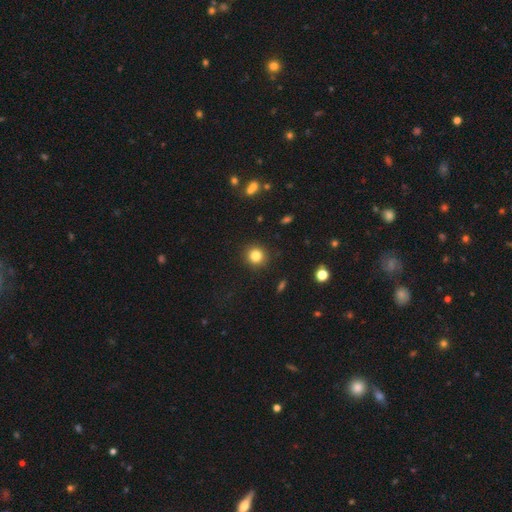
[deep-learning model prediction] Q: Smooth or featured?
A: smooth (83%); runner-up: star or artifact (12%)
Q: How rounded?
A: round (91%); runner-up: in between (8%)
Q: Merging?
A: none (91%); runner-up: minor disturbance (6%)